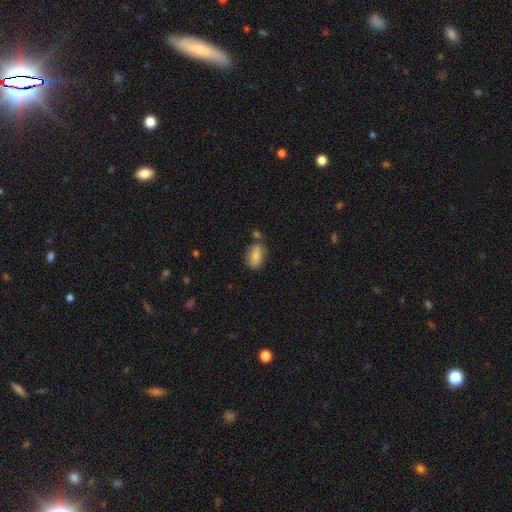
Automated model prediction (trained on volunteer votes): This is clearly a smooth galaxy (82%). How rounded: clearly in between (87%). Merging: likely none (67%).